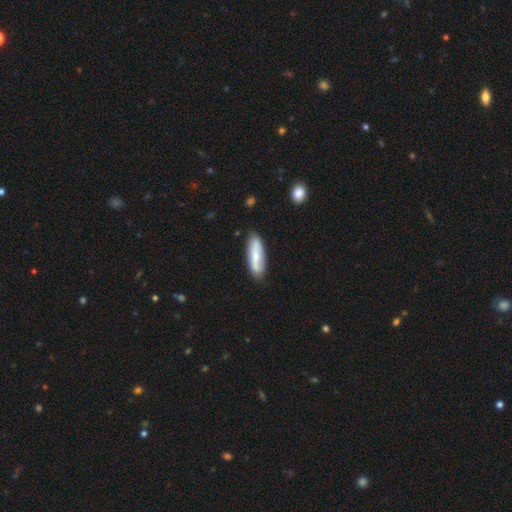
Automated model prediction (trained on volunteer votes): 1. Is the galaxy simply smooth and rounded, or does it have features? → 58% smooth, 37% featured or disk, 5% star or artifact.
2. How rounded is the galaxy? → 49% cigar-shaped (tied), 49% in between (tied), 2% round.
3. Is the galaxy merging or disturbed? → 80% none, 15% minor disturbance, 3% major disturbance, 2% merger.